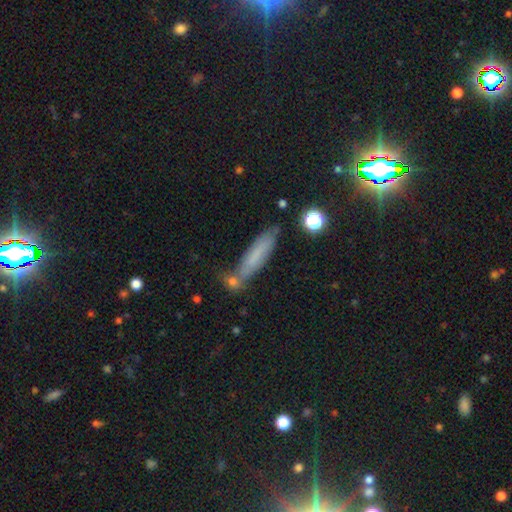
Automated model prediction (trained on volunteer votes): Smooth or featured?
  - smooth: 62% *
  - featured or disk: 21%
  - star or artifact: 16%
How rounded?
  - cigar-shaped: 78% *
  - in between: 19%
  - round: 3%
Merging?
  - none: 65% *
  - minor disturbance: 16%
  - merger: 13%
  - major disturbance: 6%